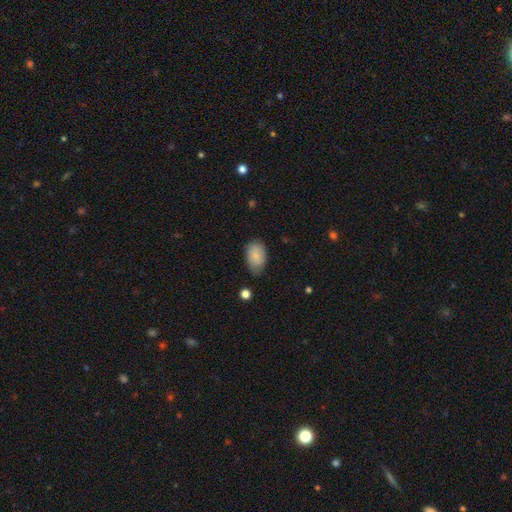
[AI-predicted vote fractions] This is clearly a smooth galaxy (85%). How rounded: clearly in between (92%). Merging: likely none (67%).